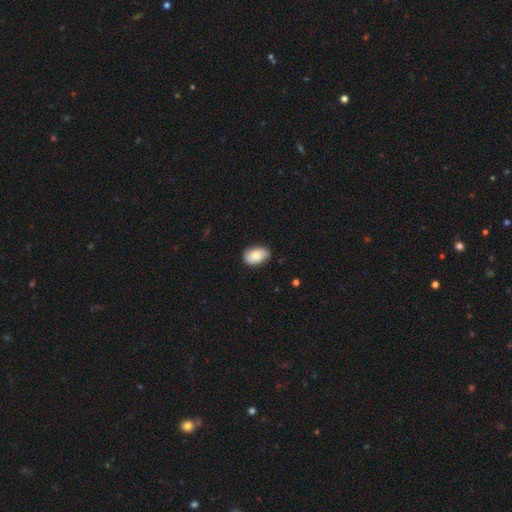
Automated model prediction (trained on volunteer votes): This is likely a smooth galaxy (75%). How rounded: clearly in between (88%). Merging: likely none (76%).